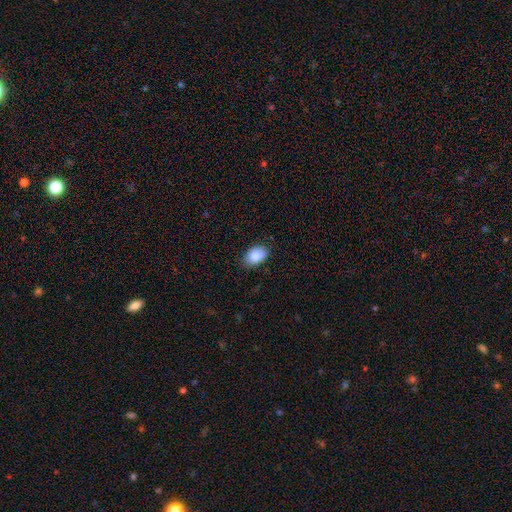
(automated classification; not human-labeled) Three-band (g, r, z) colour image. It shows a smooth galaxy with no disk features (87%) that is in between round and cigar-shaped (90%). Merging: none (83%).